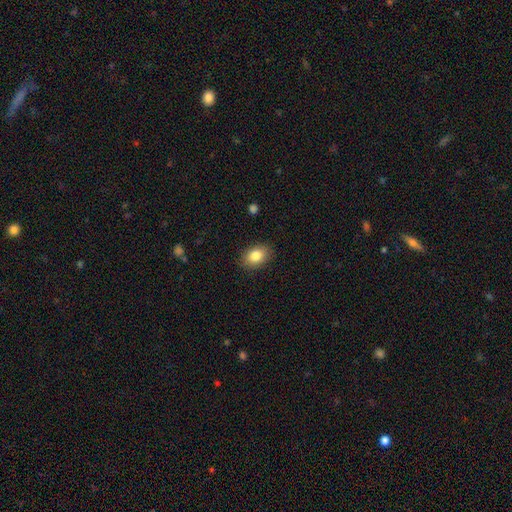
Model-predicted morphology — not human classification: Smooth or featured: smooth — 83% (featured or disk — 8%)
How rounded: in between — 78% (round — 21%)
Merging: none — 88% (minor disturbance — 9%)